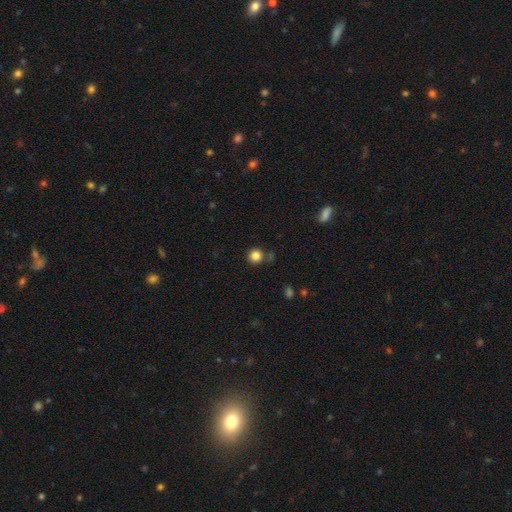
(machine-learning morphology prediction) A smooth galaxy with no disk features (84%) that is round (93%). Merging: none (79%).